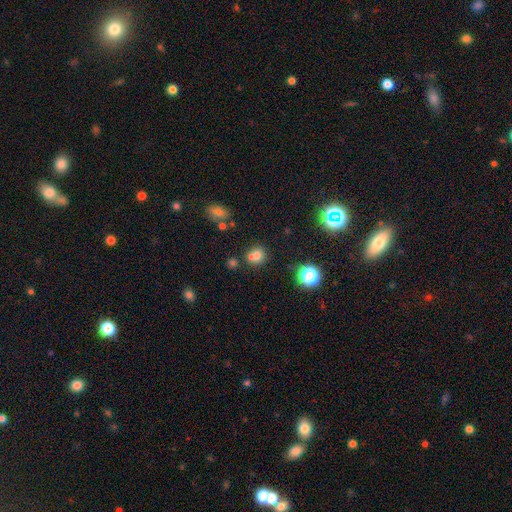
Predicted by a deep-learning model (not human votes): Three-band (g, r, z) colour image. It shows a smooth galaxy with no disk features (70%) that is round (78%). Merging: none (48%).